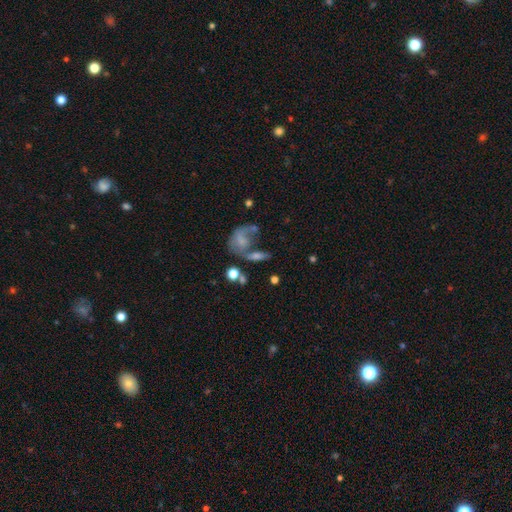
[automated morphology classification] smooth-or-featured: smooth: 45% | featured or disk: 37% | star or artifact: 19%
  merging: merger: 34% | none: 29% | major disturbance: 23% | minor disturbance: 14%